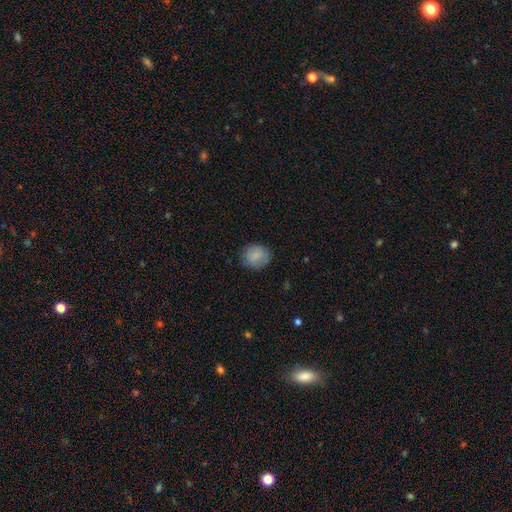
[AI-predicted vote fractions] smooth 80%, featured or disk 12%, star or artifact 7%. Down the decision tree: how rounded — round (72%); merging — none (81%).